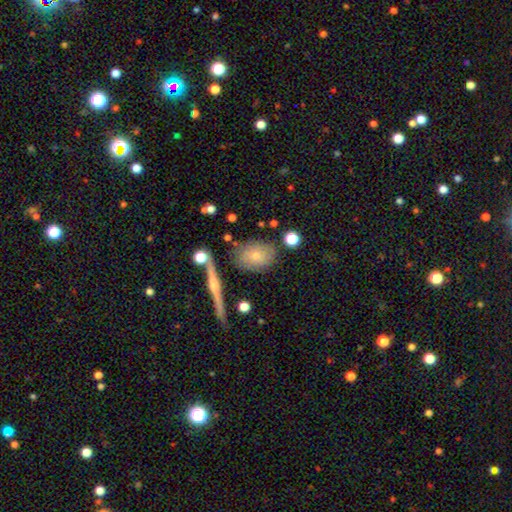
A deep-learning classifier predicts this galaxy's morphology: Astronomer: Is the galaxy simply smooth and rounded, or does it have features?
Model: smooth — 62%.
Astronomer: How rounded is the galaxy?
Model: in between — 60% (runner-up: round, 36%).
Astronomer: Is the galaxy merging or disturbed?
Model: none — 74%.